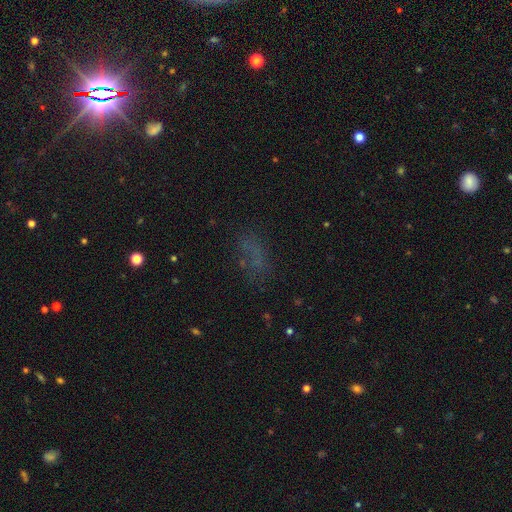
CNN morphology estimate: Overall: smooth (47%; star or artifact 33%). Merging: none (58%; major disturbance 19%).